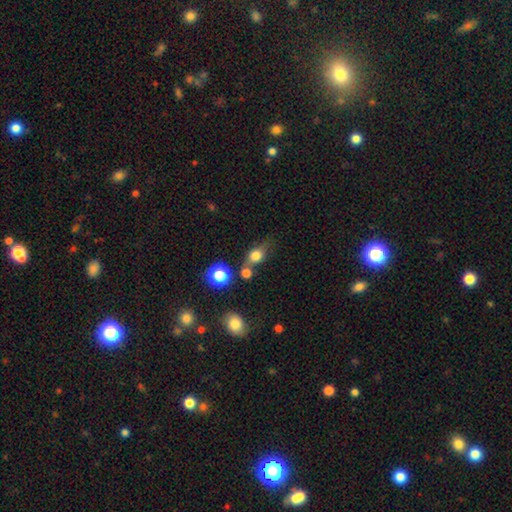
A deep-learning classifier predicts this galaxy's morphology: This appears to be a smooth galaxy with no disk features (74%) that is round (55%). Merging: none (49%).